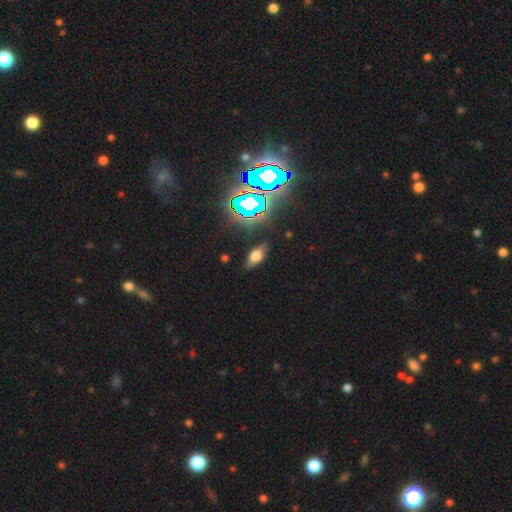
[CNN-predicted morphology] Q: Smooth or featured?
A: smooth (57%); runner-up: star or artifact (23%)
Q: How rounded?
A: in between (83%); runner-up: cigar-shaped (10%)
Q: Merging?
A: none (81%); runner-up: minor disturbance (14%)